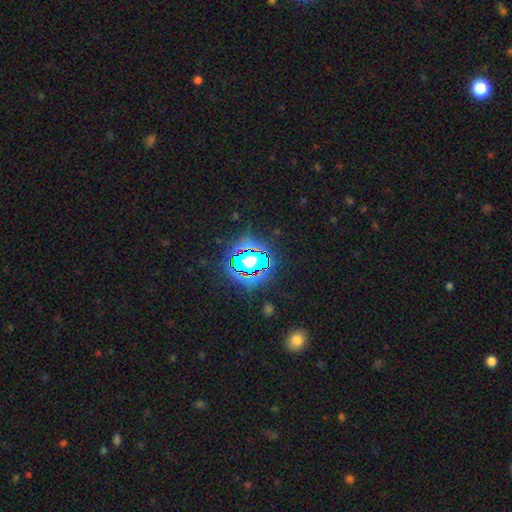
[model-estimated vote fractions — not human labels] Overall: star or artifact (75%).